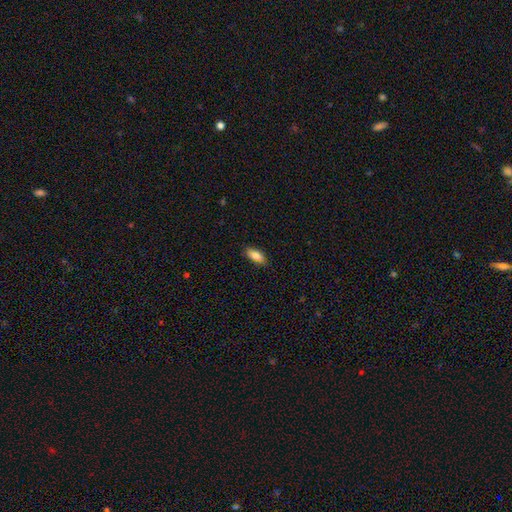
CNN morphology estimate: A smooth galaxy with no disk features (83%) that is in between round and cigar-shaped (81%).

Vote fractions:
- Smooth or featured? smooth: 83% / featured or disk: 10% / star or artifact: 7%
- How rounded? in between: 81% / cigar-shaped: 16% / round: 2%
- Merging? none: 86% / minor disturbance: 11% / major disturbance: 2% / merger: 1%